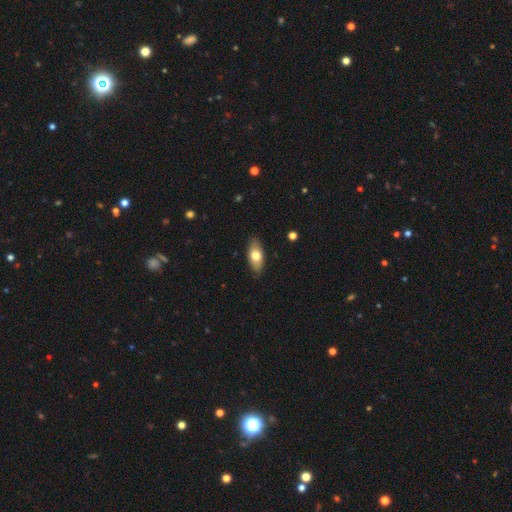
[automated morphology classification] Smooth or featured? Predicted: smooth (p=0.71). How rounded? Predicted: in between (p=0.86). Merging? Predicted: none (p=0.87).